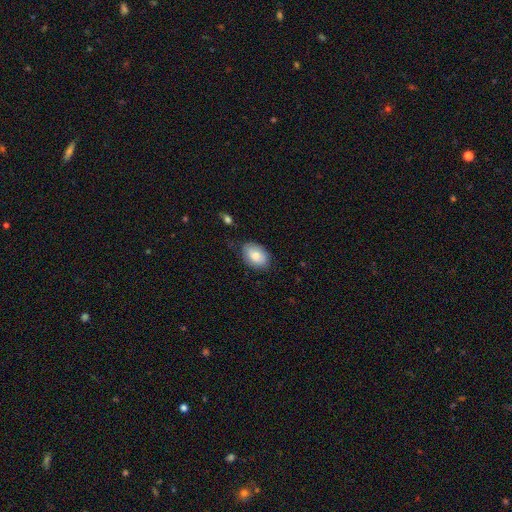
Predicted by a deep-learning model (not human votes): Smooth or featured: smooth — 83% (featured or disk — 11%)
How rounded: in between — 89% (round — 10%)
Merging: none — 73% (minor disturbance — 21%)